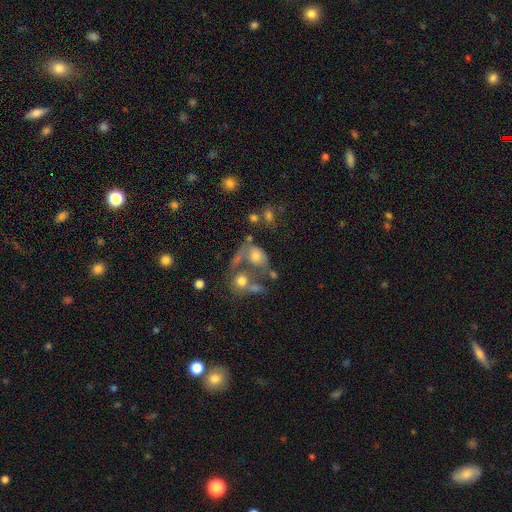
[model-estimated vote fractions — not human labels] A smooth galaxy with no disk features (58%) that is in between round and cigar-shaped (68%).

Vote fractions:
- Smooth or featured? smooth: 58% / featured or disk: 29% / star or artifact: 13%
- How rounded? in between: 68% / round: 30% / cigar-shaped: 2%
- Merging? merger: 43% / none: 22% / major disturbance: 22% / minor disturbance: 13%